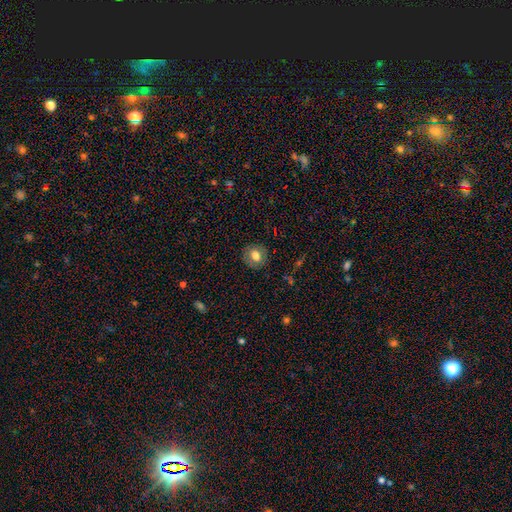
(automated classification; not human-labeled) This appears to be a smooth galaxy with no disk features (73%) that is round (78%). Merging: none (87%).